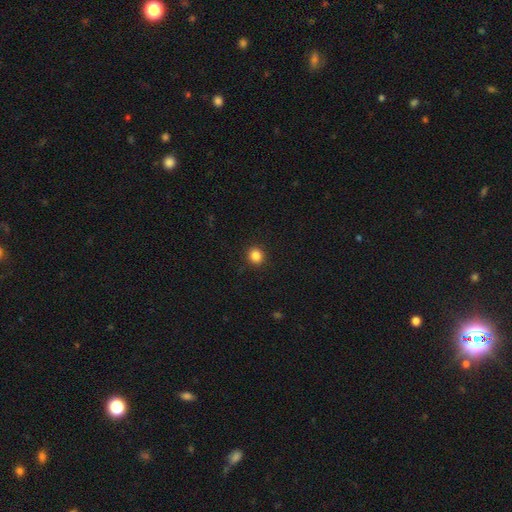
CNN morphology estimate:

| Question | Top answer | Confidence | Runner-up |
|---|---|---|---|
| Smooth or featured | smooth | 85% | star or artifact (11%) |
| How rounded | round | 87% | in between (12%) |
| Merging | none | 92% | minor disturbance (5%) |